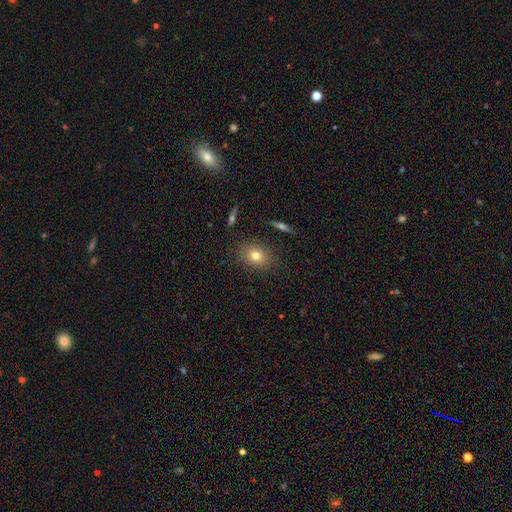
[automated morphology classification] This appears to be a smooth galaxy with no disk features (75%) that is in between round and cigar-shaped (55%). Merging: none (85%).